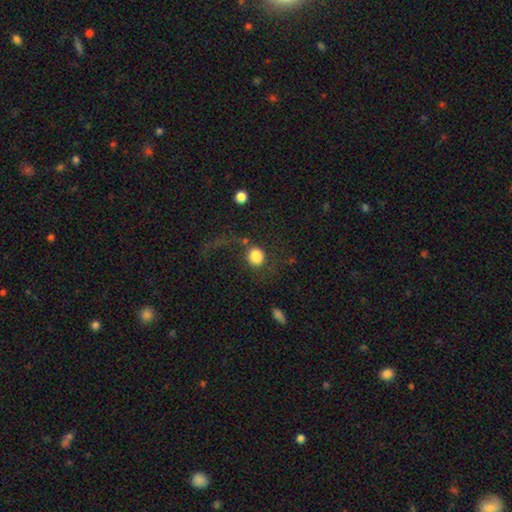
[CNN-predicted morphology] Overall: smooth (80%). How rounded: round (81%). Merging: none (52%; major disturbance 26%).